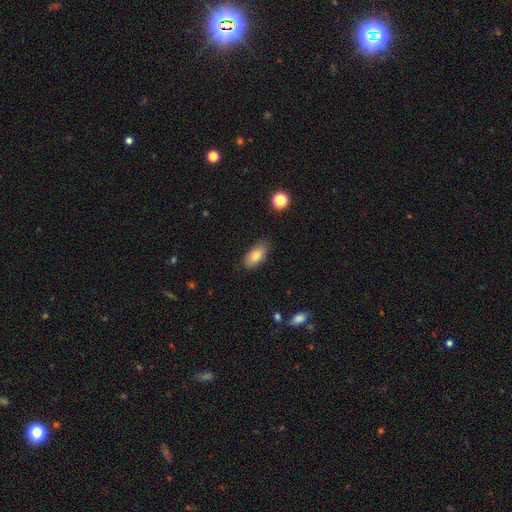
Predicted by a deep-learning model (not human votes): A smooth galaxy with no disk features (80%) that is in between round and cigar-shaped (89%).

Vote fractions:
- Smooth or featured? smooth: 80% / featured or disk: 12% / star or artifact: 8%
- How rounded? in between: 89% / cigar-shaped: 7% / round: 4%
- Merging? none: 83% / minor disturbance: 13% / major disturbance: 3% / merger: 1%